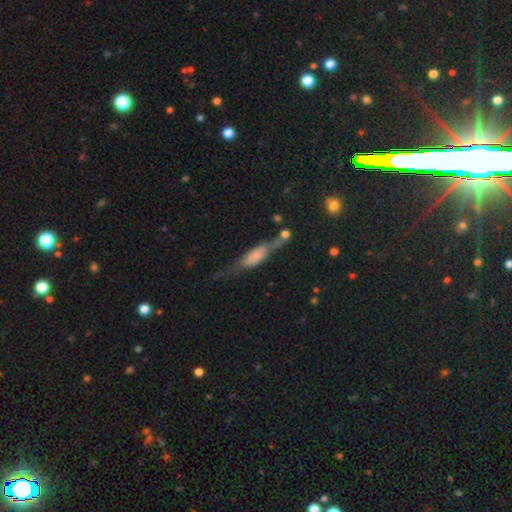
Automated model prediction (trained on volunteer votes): This is possibly a featured or disk galaxy (52%). It is clearly viewed edge-on (81%). Merging: possibly none (46%).